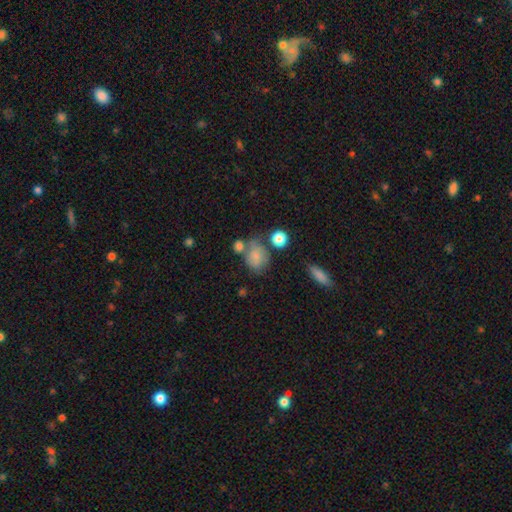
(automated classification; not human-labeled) Smooth or featured: smooth — 71% (featured or disk — 18%)
How rounded: in between — 56% (round — 42%)
Merging: none — 40% (merger — 25%)